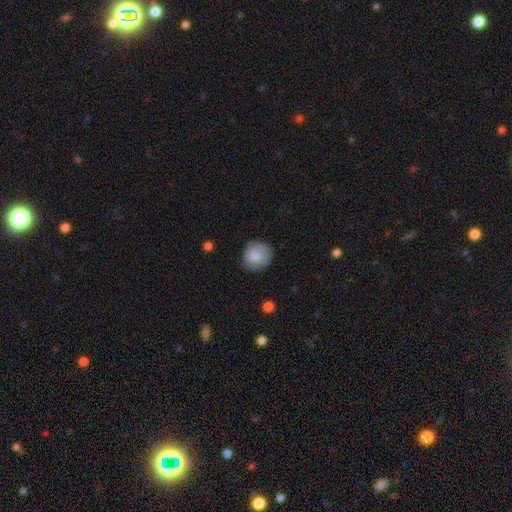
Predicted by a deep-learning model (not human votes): Smooth or featured? Predicted: smooth (p=0.74). How rounded? Predicted: round (p=0.85). Merging? Predicted: none (p=0.77).